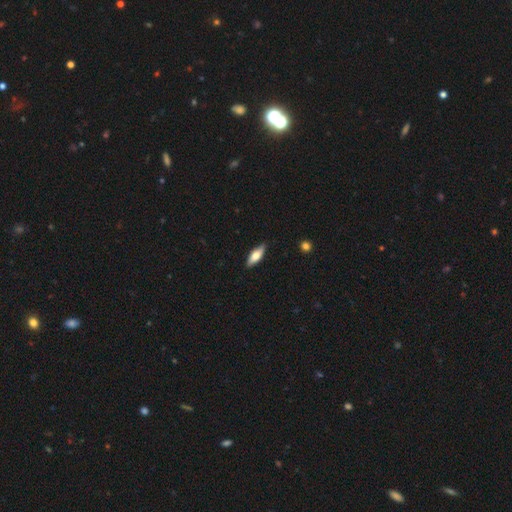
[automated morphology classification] smooth-or-featured: smooth: 66% | featured or disk: 28% | star or artifact: 6%
  how-rounded: in between: 63% | cigar-shaped: 35% | round: 2%
  merging: none: 87% | minor disturbance: 10% | major disturbance: 2% | merger: 1%